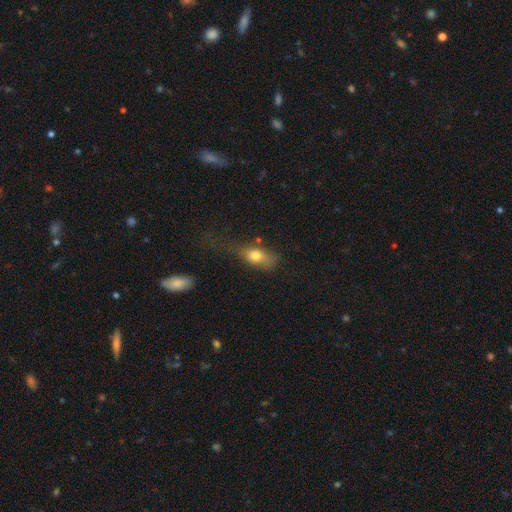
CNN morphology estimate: The model was most divided on "merging": none: 34%, minor disturbance: 31%, major disturbance: 30%, merger: 5%. More confident: how rounded — in between (78%); smooth or featured — smooth (74%).